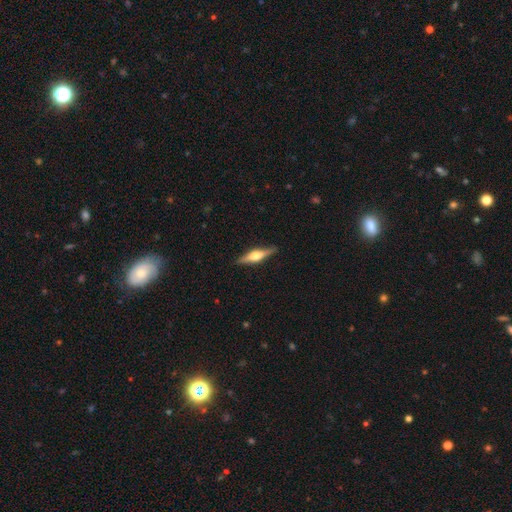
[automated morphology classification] A featured or disk galaxy (69%) viewed edge-on (97%) with a rounded central bulge (93%). Merging: none (89%).